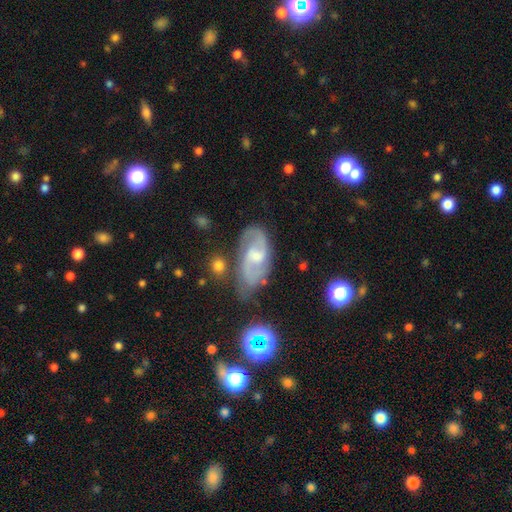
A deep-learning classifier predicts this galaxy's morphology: A featured or disk galaxy (78%) with a weak bar (51%), 2 (79%) medium (51%) spiral arms (94%) and a moderate central bulge (44%). Merging: none (68%).